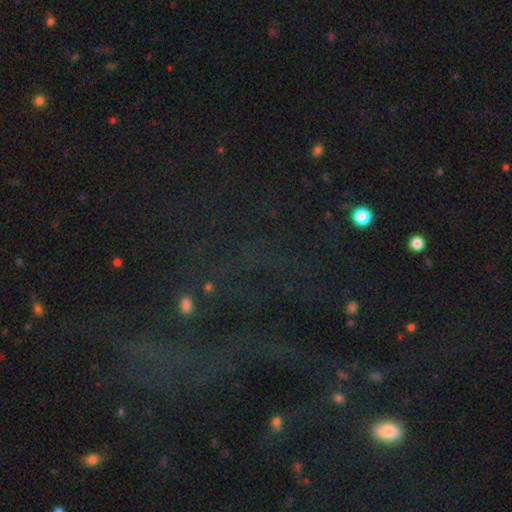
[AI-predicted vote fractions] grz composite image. It shows a star or artifact, not a galaxy (74%).